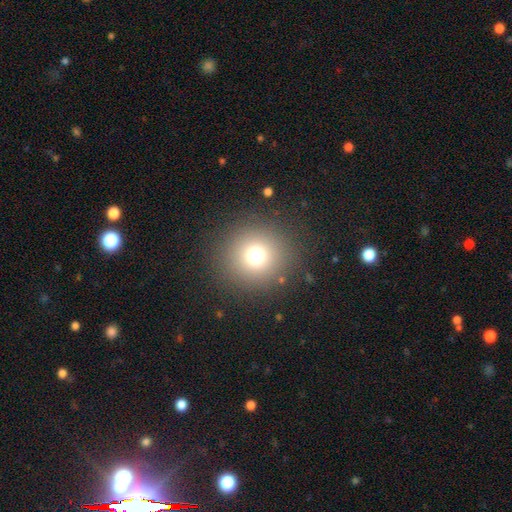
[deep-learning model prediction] Smooth or featured? smooth (72%)
How rounded? round (95%)
Merging? none (89%)